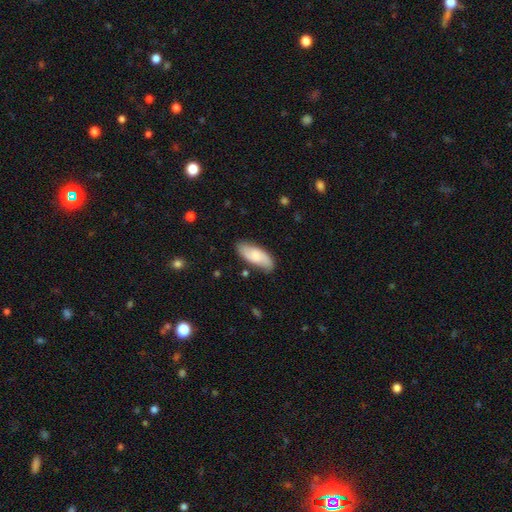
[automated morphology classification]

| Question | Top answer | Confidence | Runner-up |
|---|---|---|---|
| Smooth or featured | smooth | 51% | featured or disk (43%) |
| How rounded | in between | 81% | cigar-shaped (17%) |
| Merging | none | 80% | minor disturbance (15%) |